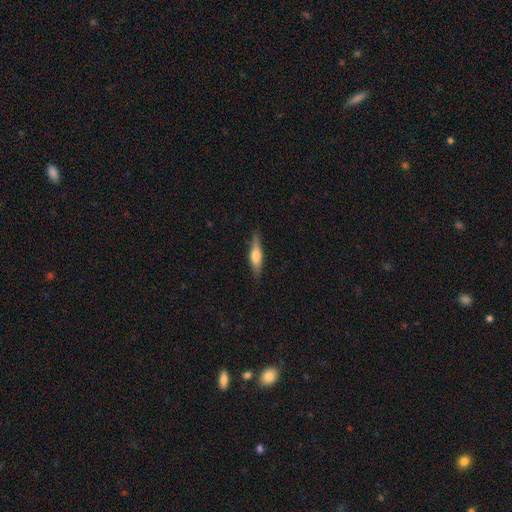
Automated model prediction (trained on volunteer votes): Q: Smooth or featured?
A: featured or disk (49%); runner-up: smooth (45%)
Q: Merging?
A: none (86%); runner-up: minor disturbance (10%)